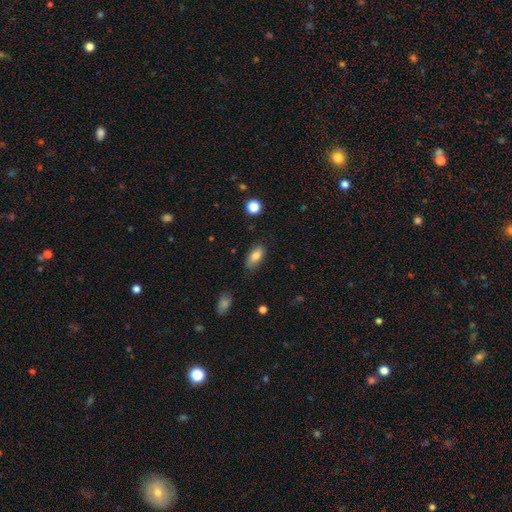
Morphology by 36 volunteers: This appears to be a smooth galaxy with no disk features (86%) that is in between round and cigar-shaped (87%). Merging: none (65%).